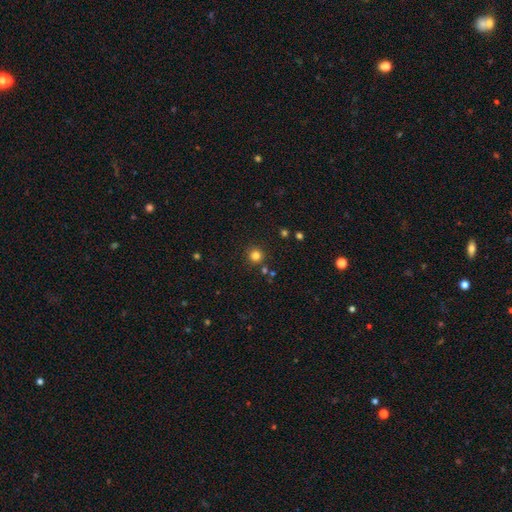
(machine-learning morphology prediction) Overall: smooth (80%). How rounded: round (95%). Merging: none (87%).